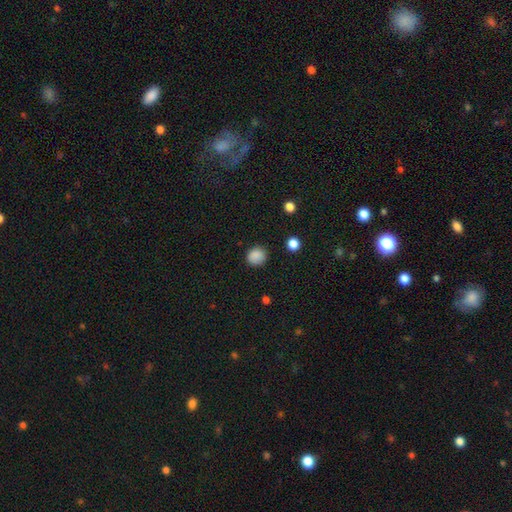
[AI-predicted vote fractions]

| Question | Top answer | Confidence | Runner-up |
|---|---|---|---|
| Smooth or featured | smooth | 87% | star or artifact (10%) |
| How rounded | round | 84% | in between (15%) |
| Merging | none | 87% | minor disturbance (9%) |